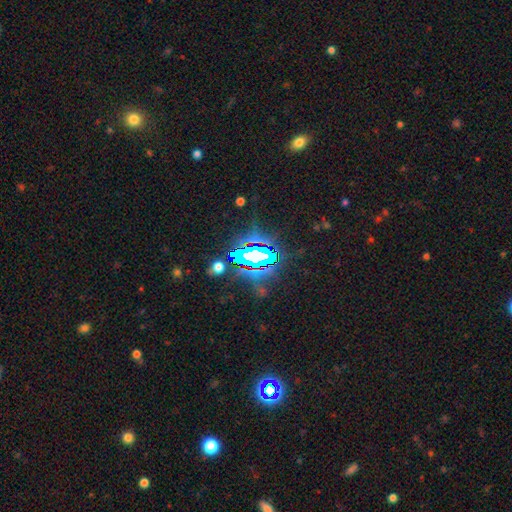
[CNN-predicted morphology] Smooth or featured?
  - star or artifact: 71% *
  - featured or disk: 16%
  - smooth: 13%